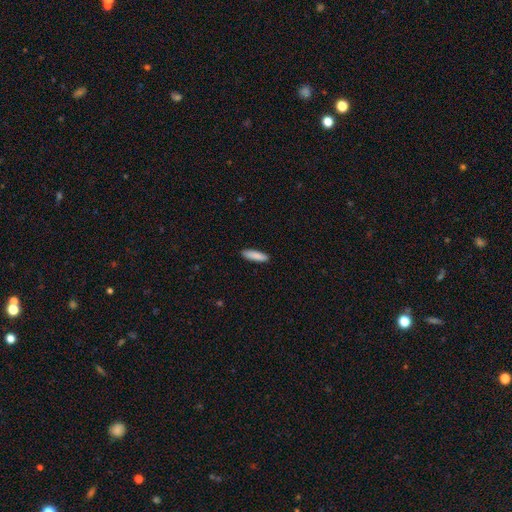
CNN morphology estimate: This appears to be a smooth galaxy with no disk features (88%) that is cigar-shaped (70%). Merging: none (90%).